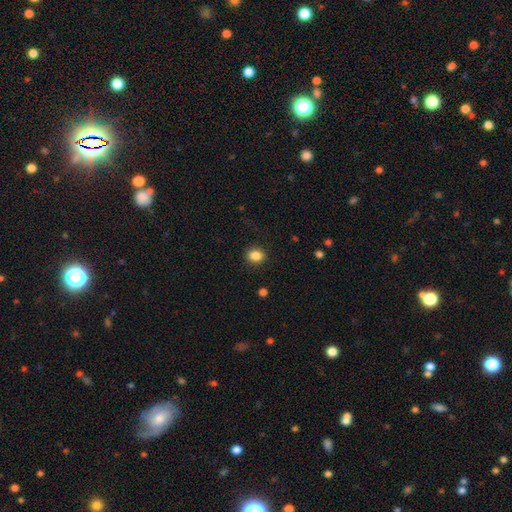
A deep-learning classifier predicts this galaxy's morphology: Q: Smooth or featured?
A: smooth (86%); runner-up: star or artifact (10%)
Q: How rounded?
A: round (61%); runner-up: in between (38%)
Q: Merging?
A: none (89%); runner-up: minor disturbance (7%)